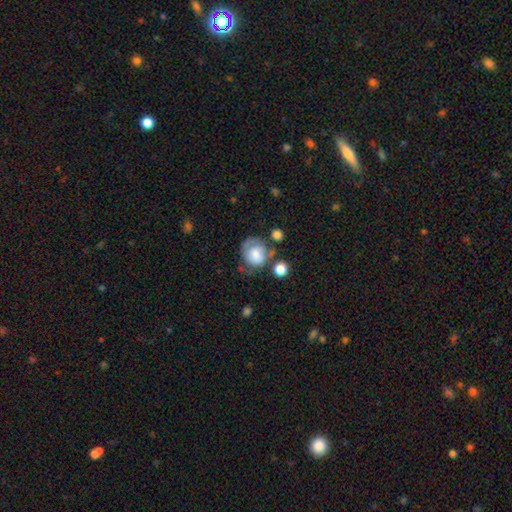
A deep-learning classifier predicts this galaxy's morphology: Smooth or featured: smooth — 65% (featured or disk — 26%)
How rounded: round — 73% (in between — 26%)
Merging: none — 40% (minor disturbance — 27%)